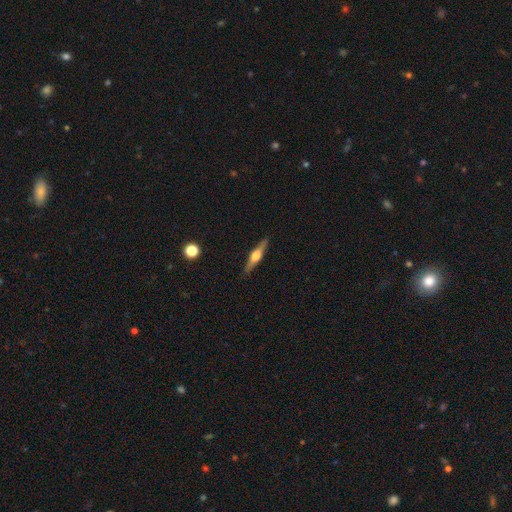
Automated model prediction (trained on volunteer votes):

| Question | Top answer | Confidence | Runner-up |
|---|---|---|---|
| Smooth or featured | featured or disk | 68% | smooth (26%) |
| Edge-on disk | yes | 97% | no (3%) |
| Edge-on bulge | rounded | 92% | boxy (6%) |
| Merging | none | 89% | minor disturbance (8%) |